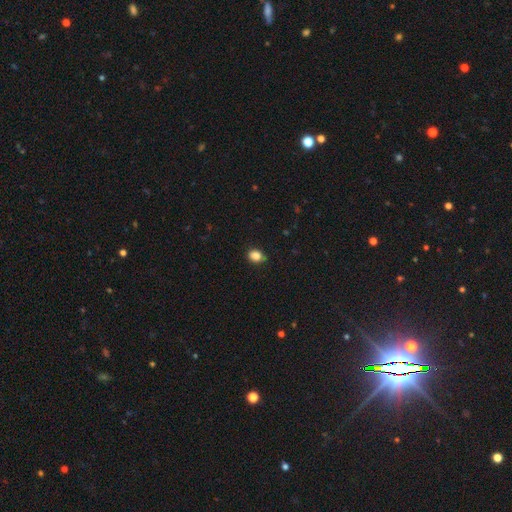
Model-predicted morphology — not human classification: This is clearly a smooth galaxy (87%). How rounded: likely in between (63%). Merging: clearly none (83%).